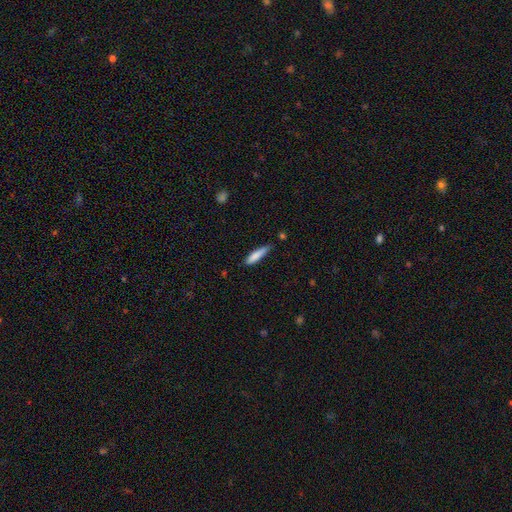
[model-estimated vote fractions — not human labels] A smooth galaxy with no disk features (82%) that is cigar-shaped (82%).

Vote fractions:
- Smooth or featured? smooth: 82% / featured or disk: 12% / star or artifact: 6%
- How rounded? cigar-shaped: 82% / in between: 17% / round: 1%
- Merging? none: 69% / minor disturbance: 25% / major disturbance: 4% / merger: 3%